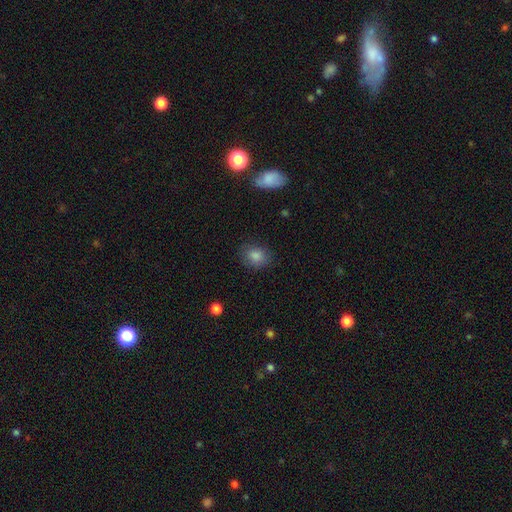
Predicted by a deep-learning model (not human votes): A smooth galaxy with no disk features (83%) that is round (53%).

Vote fractions:
- Smooth or featured? smooth: 83% / star or artifact: 11% / featured or disk: 7%
- How rounded? round: 53% / in between: 46% / cigar-shaped: 1%
- Merging? none: 82% / minor disturbance: 13% / major disturbance: 4% / merger: 1%